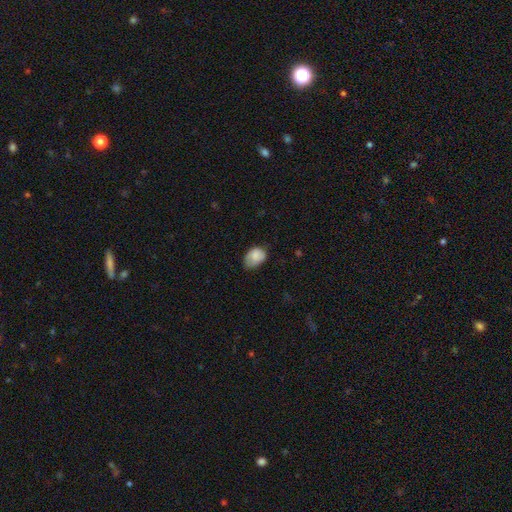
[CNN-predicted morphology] smooth_or_featured: smooth (p=0.83) [alt: featured or disk p=0.09]
how_rounded: in between (p=0.78) [alt: round p=0.21]
merging: none (p=0.52) [alt: minor disturbance p=0.37]